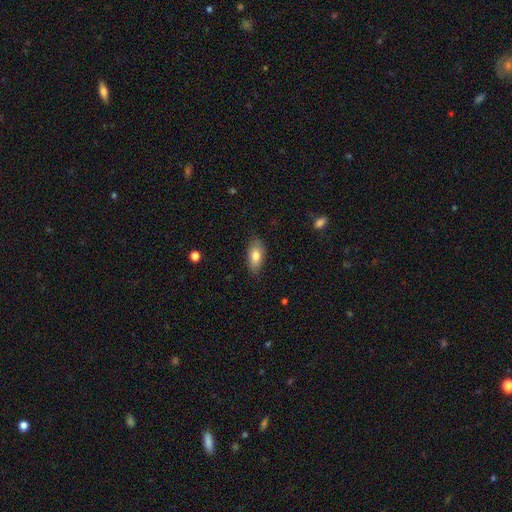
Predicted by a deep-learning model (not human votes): smooth 80%, featured or disk 13%, star or artifact 7%. Down the decision tree: how rounded — in between (87%); merging — none (84%).